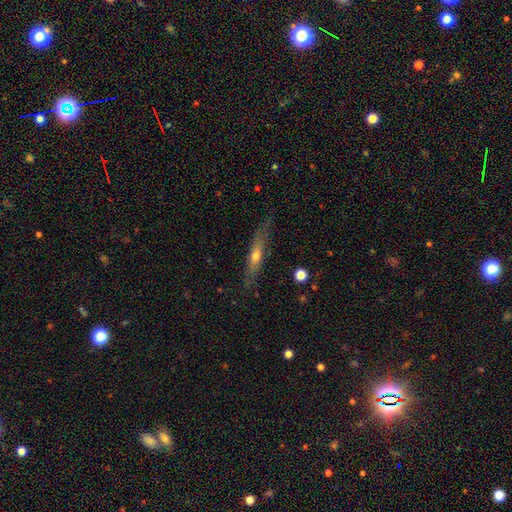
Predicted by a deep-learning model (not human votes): This is possibly a smooth galaxy (47%, tied with featured or disk). Merging: likely none (74%).